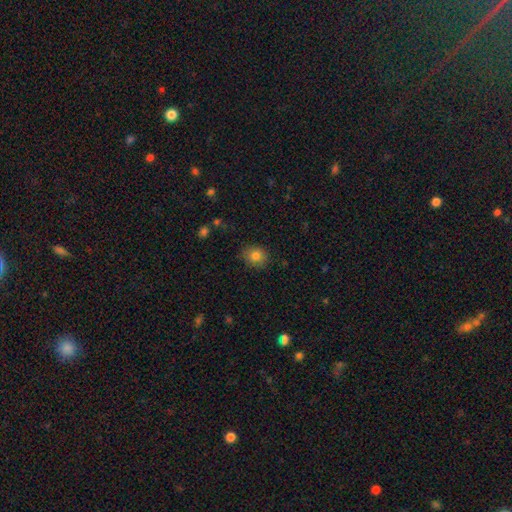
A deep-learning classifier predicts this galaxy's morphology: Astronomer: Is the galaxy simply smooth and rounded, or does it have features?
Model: smooth — 81%.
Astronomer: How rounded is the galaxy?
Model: round — 71%.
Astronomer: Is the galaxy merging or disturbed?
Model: none — 85%.